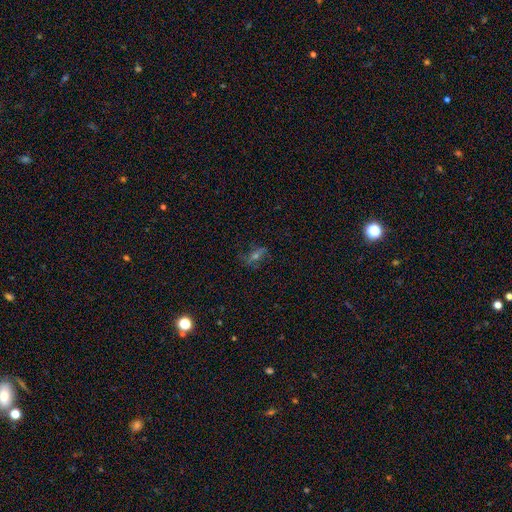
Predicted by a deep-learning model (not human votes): Smooth or featured? Predicted: featured or disk (p=0.52). Edge-on disk? Predicted: no (p=0.85). Merging? Predicted: none (p=0.73).